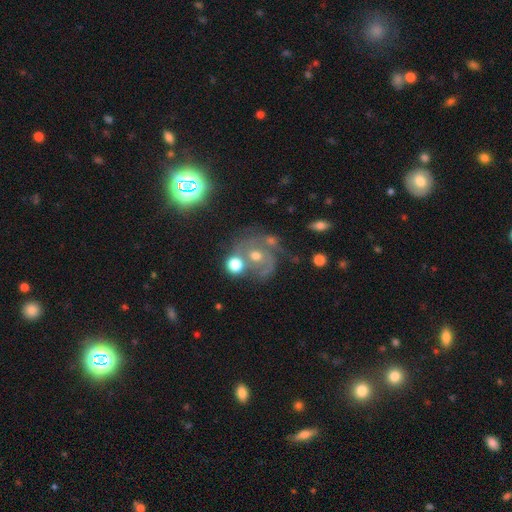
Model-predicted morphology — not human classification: Q: Smooth or featured?
A: featured or disk (67%); runner-up: star or artifact (17%)
Q: Edge-on disk?
A: no (97%); runner-up: yes (3%)
Q: Bar?
A: no (73%); runner-up: weak (22%)
Q: Spiral arms?
A: yes (88%); runner-up: no (12%)
Q: Spiral winding?
A: medium (43%); runner-up: tight (41%)
Q: Spiral arm count?
A: 2 (44%); runner-up: can't tell (20%)
Q: Bulge size?
A: moderate (61%); runner-up: small (29%)
Q: Merging?
A: none (52%); runner-up: merger (17%)